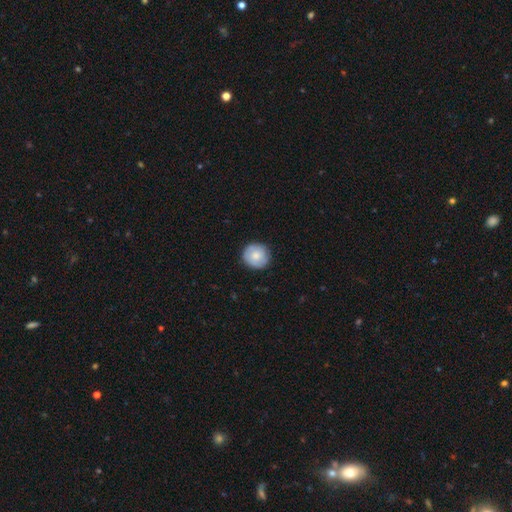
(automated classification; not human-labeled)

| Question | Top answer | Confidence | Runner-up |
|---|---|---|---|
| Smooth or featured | smooth | 73% | featured or disk (20%) |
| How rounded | round | 92% | in between (7%) |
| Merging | none | 86% | minor disturbance (11%) |